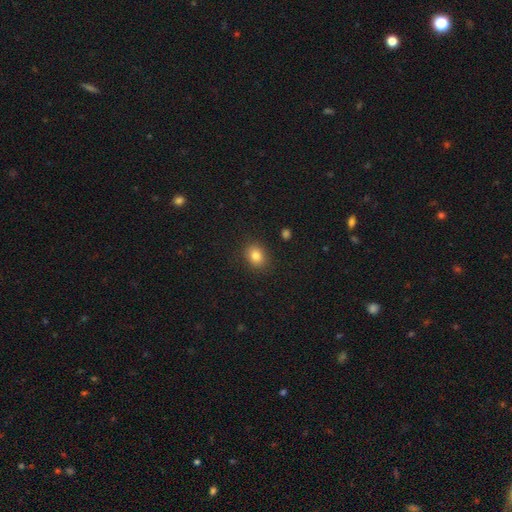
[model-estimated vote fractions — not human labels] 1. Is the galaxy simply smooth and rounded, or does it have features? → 83% smooth, 10% star or artifact, 6% featured or disk.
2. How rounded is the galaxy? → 50% round, 49% in between, 1% cigar-shaped.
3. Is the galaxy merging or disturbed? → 87% none, 9% minor disturbance, 3% major disturbance, 1% merger.